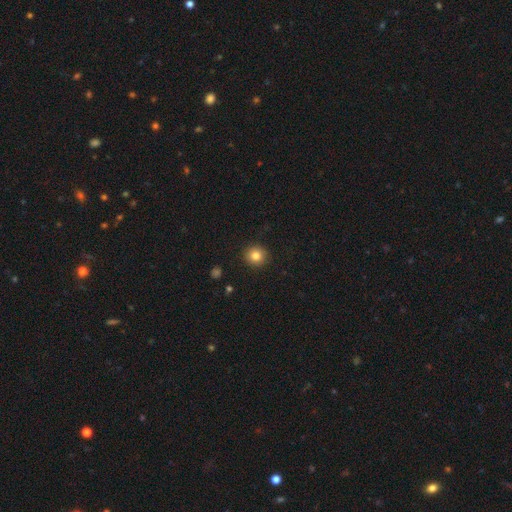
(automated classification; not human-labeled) A smooth galaxy with no disk features (83%) that is round (92%). Merging: none (92%).